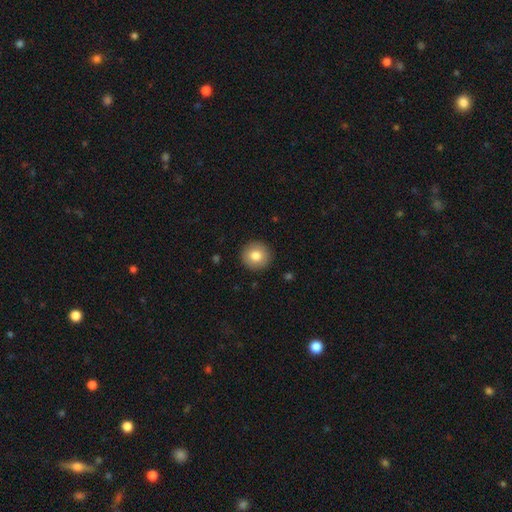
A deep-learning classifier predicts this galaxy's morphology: This appears to be a smooth galaxy with no disk features (81%) that is round (94%). Merging: none (92%).